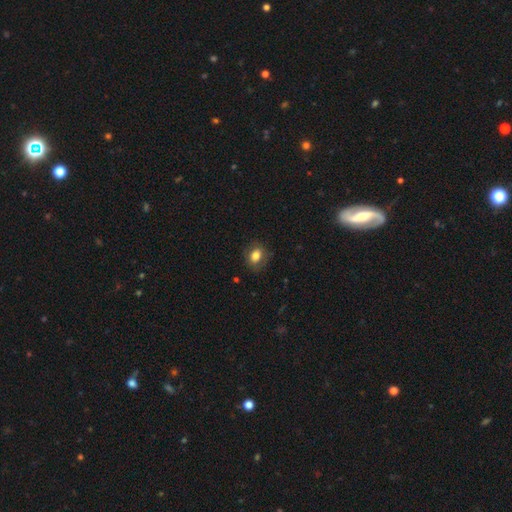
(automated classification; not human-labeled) A smooth galaxy with no disk features (77%) that is in between round and cigar-shaped (54%). Merging: none (79%).